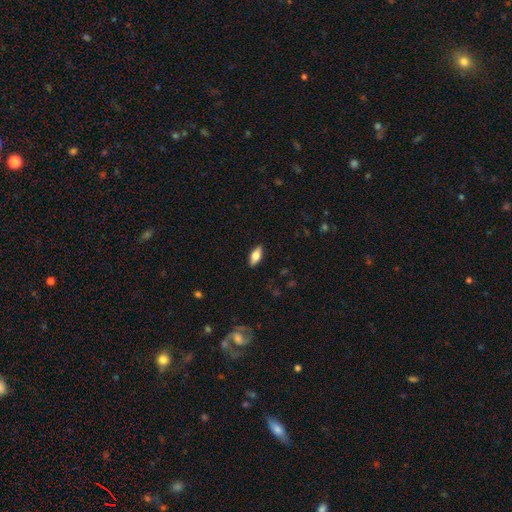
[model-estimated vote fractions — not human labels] Smooth or featured?
  - smooth: 67% *
  - featured or disk: 26%
  - star or artifact: 7%
How rounded?
  - in between: 82% *
  - cigar-shaped: 15%
  - round: 3%
Merging?
  - none: 88% *
  - minor disturbance: 9%
  - major disturbance: 2%
  - merger: 1%